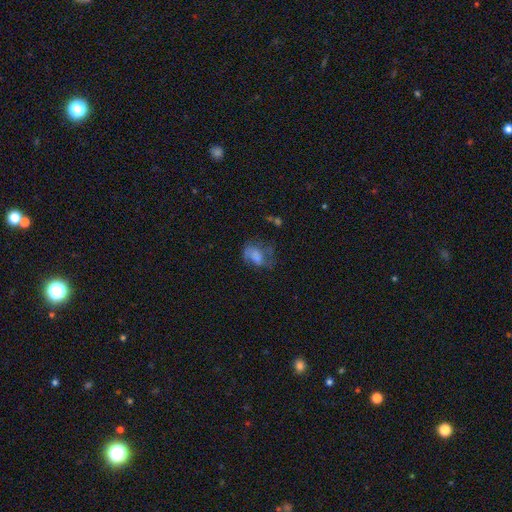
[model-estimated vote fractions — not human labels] Smooth or featured? Predicted: smooth (p=0.58). How rounded? Predicted: in between (p=0.79). Merging? Predicted: none (p=0.35, tied with major disturbance).